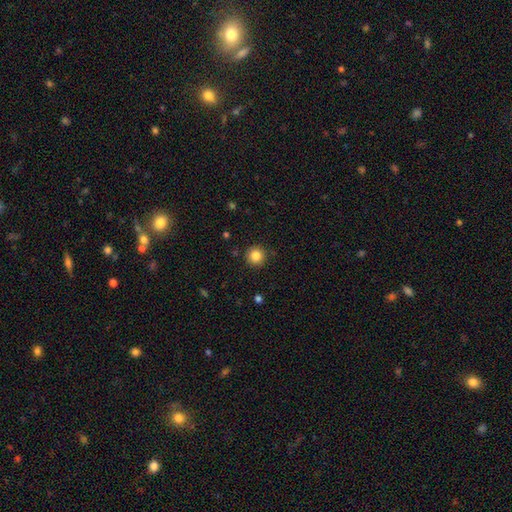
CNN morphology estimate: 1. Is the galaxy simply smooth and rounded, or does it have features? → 85% smooth, 10% star or artifact, 5% featured or disk.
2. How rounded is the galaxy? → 95% round, 4% in between, 1% cigar-shaped.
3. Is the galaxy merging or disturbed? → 91% none, 6% minor disturbance, 2% major disturbance, 1% merger.